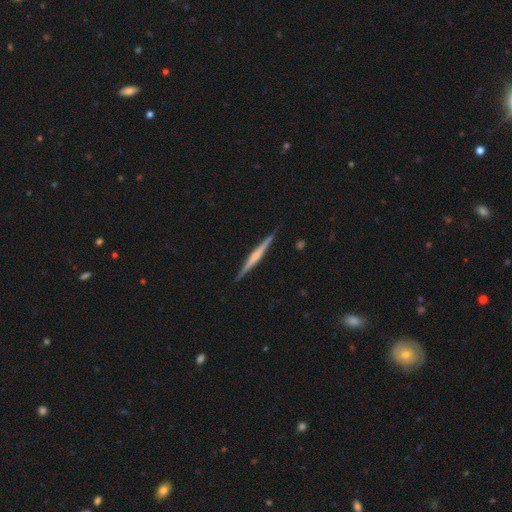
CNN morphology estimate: smooth-or-featured: featured or disk: 70% | smooth: 25% | star or artifact: 5%
  disk-edge-on: yes: 98% | no: 2%
    edge-on-bulge: rounded: 50% | none: 30% | boxy: 20%
  merging: none: 90% | minor disturbance: 8% | major disturbance: 1% | merger: 1%